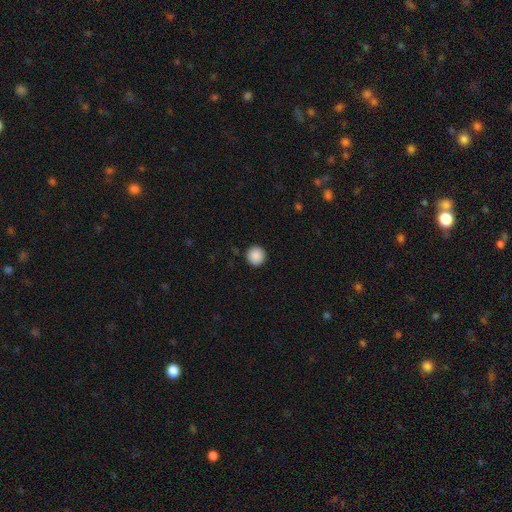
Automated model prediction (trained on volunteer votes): A smooth galaxy with no disk features (89%) that is round (95%). Merging: none (93%).